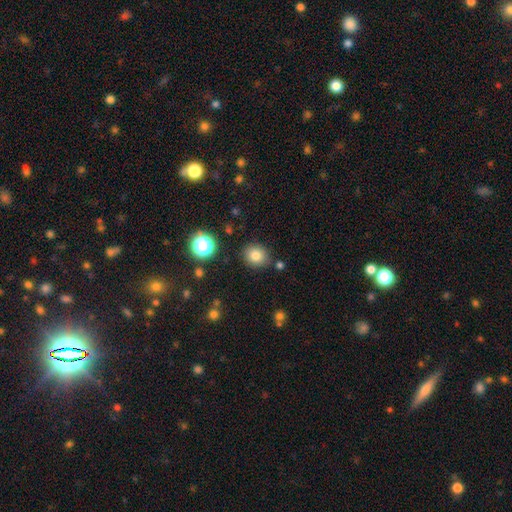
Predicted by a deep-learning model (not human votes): smooth_or_featured: smooth (p=0.80) [alt: star or artifact p=0.13]
how_rounded: round (p=0.78) [alt: in between p=0.21]
merging: none (p=0.85) [alt: minor disturbance p=0.09]